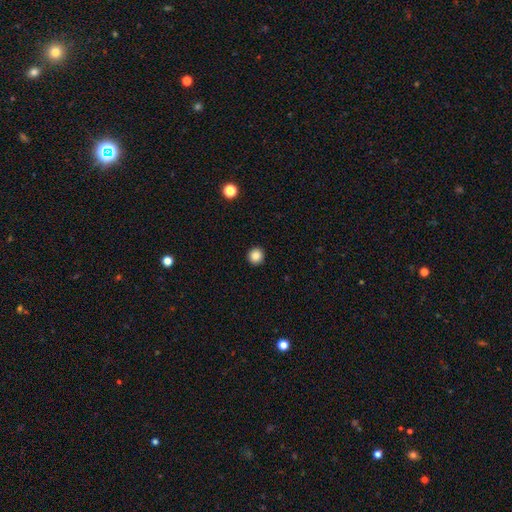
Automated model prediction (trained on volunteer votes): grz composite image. It shows a smooth galaxy with no disk features (85%) that is round (94%). Merging: none (93%).